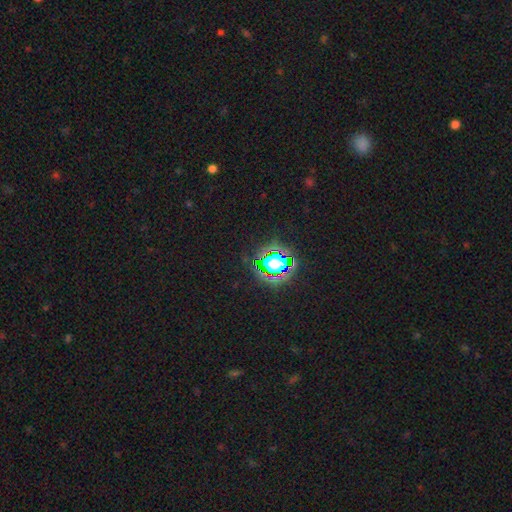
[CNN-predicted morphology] Smooth or featured?
  - star or artifact: 81% *
  - smooth: 13%
  - featured or disk: 6%